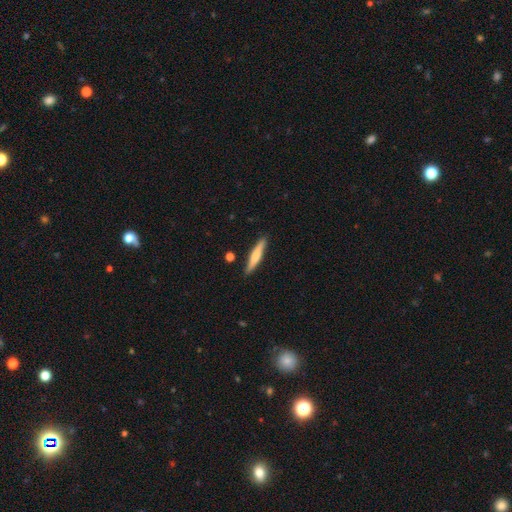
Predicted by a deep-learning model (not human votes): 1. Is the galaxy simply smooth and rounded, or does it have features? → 61% smooth, 34% featured or disk, 5% star or artifact.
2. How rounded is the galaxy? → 91% cigar-shaped, 8% in between, 1% round.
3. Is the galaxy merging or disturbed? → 88% none, 8% minor disturbance, 2% merger, 2% major disturbance.